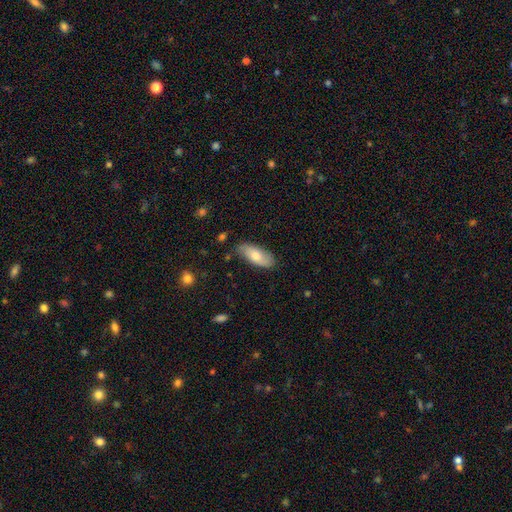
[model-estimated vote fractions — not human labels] This is likely a smooth galaxy (71%). How rounded: clearly in between (83%). Merging: likely none (79%).